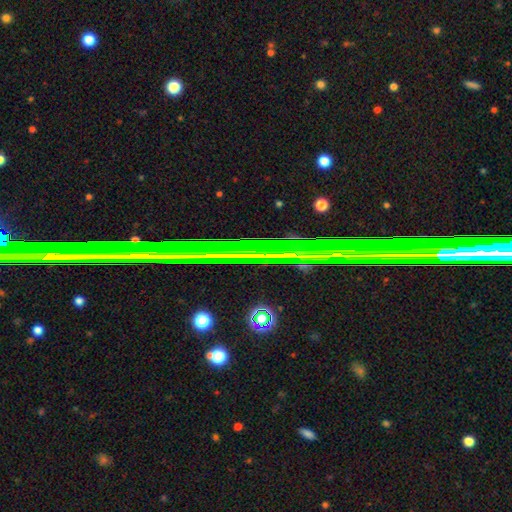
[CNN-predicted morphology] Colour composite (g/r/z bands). It shows a star or artifact, not a galaxy (72%).